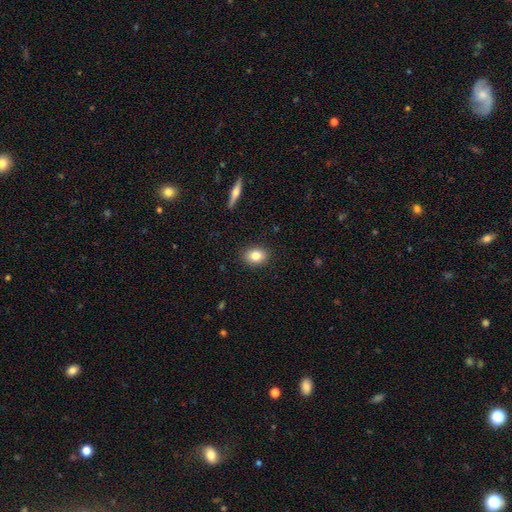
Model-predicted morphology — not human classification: smooth-or-featured: smooth: 82% | featured or disk: 9% | star or artifact: 9%
  how-rounded: in between: 60% | round: 39% | cigar-shaped: 1%
  merging: none: 89% | minor disturbance: 8% | major disturbance: 2% | merger: 1%